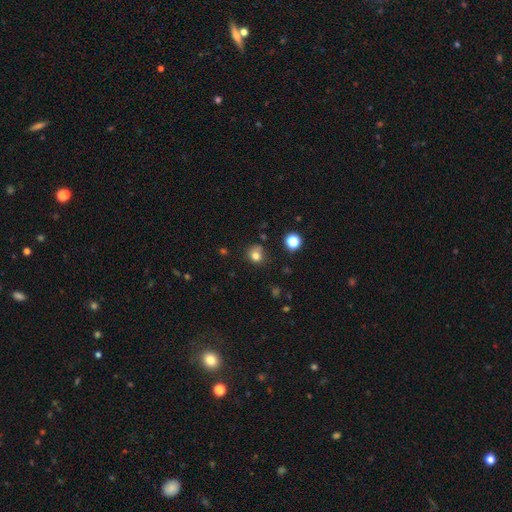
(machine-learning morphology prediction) Q: Smooth or featured?
A: smooth (78%); runner-up: star or artifact (14%)
Q: How rounded?
A: round (81%); runner-up: in between (19%)
Q: Merging?
A: none (68%); runner-up: minor disturbance (21%)